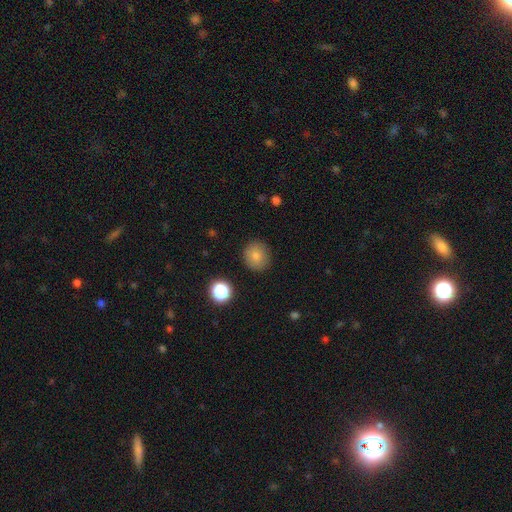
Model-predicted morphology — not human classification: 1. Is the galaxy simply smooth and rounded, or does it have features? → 81% smooth, 11% star or artifact, 8% featured or disk.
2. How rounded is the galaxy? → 87% round, 12% in between, 1% cigar-shaped.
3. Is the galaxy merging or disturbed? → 88% none, 8% minor disturbance, 2% major disturbance, 1% merger.